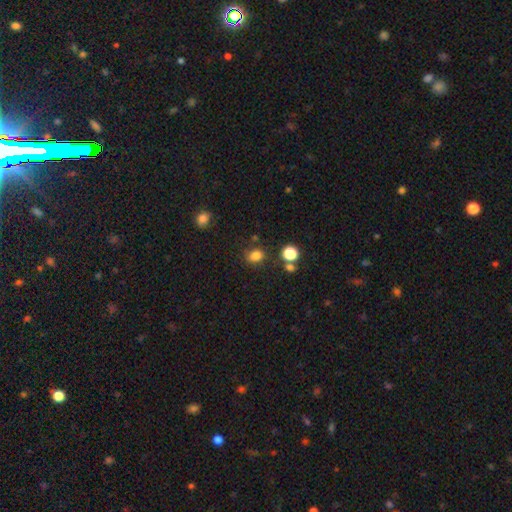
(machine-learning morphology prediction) type=smooth (80%); roundness=in between (61%); merging=none (75%).